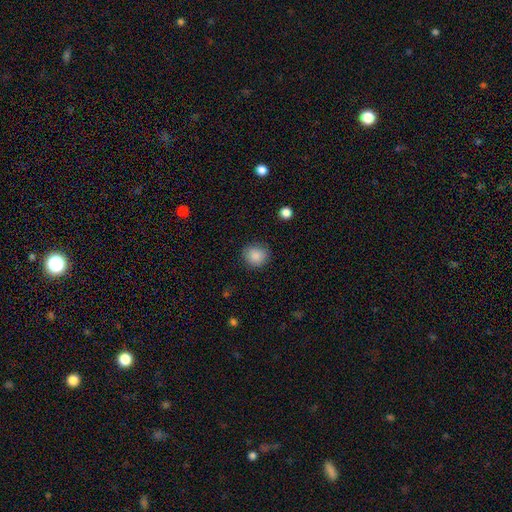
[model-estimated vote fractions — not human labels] Smooth or featured?
  - smooth: 87% *
  - star or artifact: 9%
  - featured or disk: 4%
How rounded?
  - round: 86% *
  - in between: 13%
  - cigar-shaped: 1%
Merging?
  - none: 85% *
  - minor disturbance: 10%
  - major disturbance: 3%
  - merger: 1%